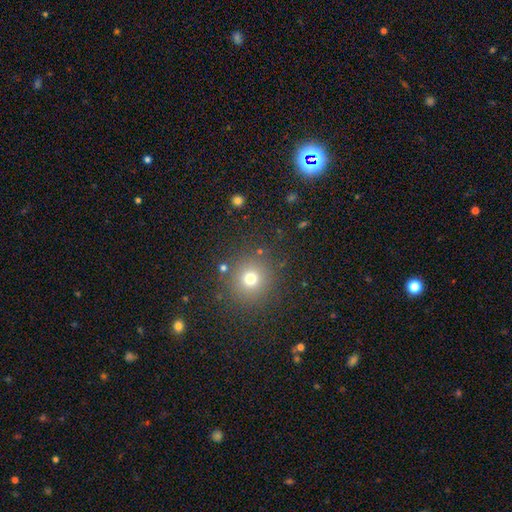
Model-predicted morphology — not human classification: Smooth or featured? smooth (54%)
How rounded? round (93%)
Merging? none (89%)